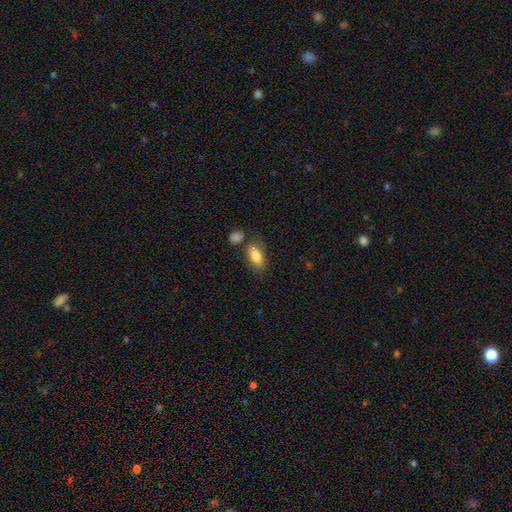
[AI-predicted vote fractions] This appears to be a smooth galaxy with no disk features (79%) that is in between round and cigar-shaped (83%). Merging: none (69%).